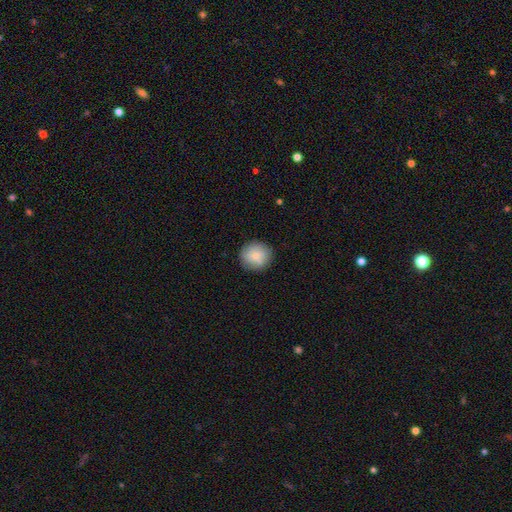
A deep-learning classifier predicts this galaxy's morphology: Overall: smooth (78%). How rounded: round (90%). Merging: none (83%).